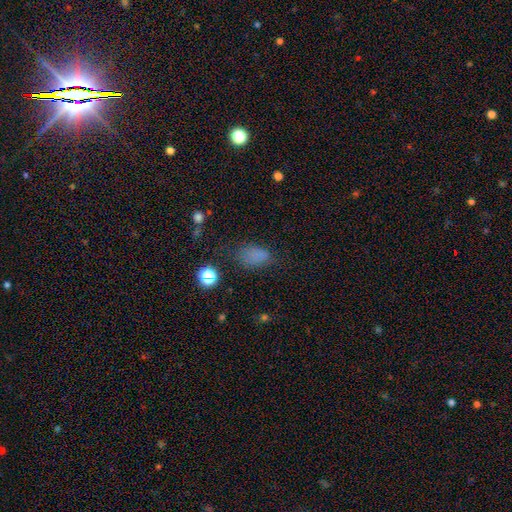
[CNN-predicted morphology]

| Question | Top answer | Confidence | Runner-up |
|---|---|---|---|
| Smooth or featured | smooth | 72% | star or artifact (20%) |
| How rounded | in between | 84% | round (13%) |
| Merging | none | 62% | minor disturbance (23%) |